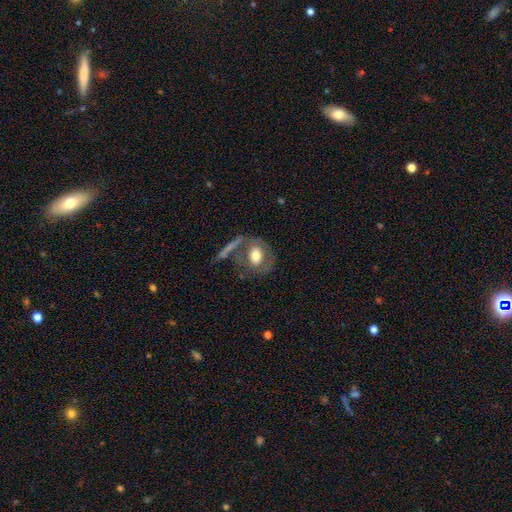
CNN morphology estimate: Smooth or featured? Predicted: smooth (p=0.55). How rounded? Predicted: in between (p=0.54). Merging? Predicted: none (p=0.53).